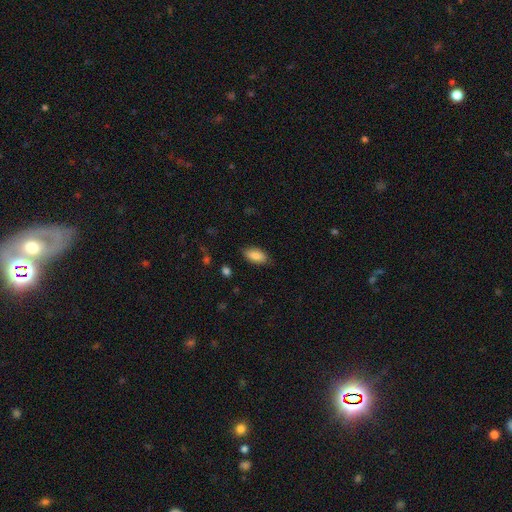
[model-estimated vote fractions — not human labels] smooth 86%, featured or disk 8%, star or artifact 7%. Down the decision tree: how rounded — in between (91%); merging — none (83%).